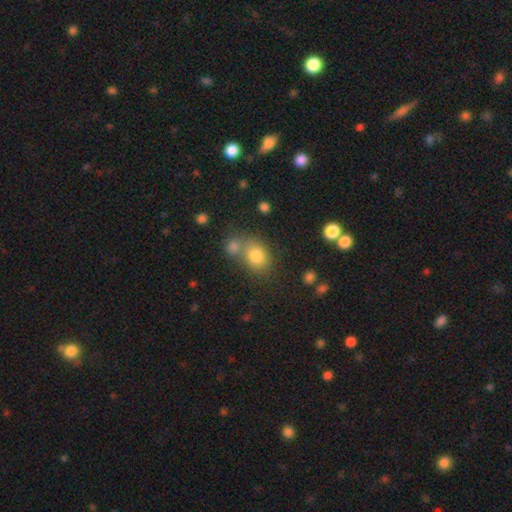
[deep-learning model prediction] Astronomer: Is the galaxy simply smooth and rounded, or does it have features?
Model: smooth — 79%.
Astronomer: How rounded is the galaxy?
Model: in between — 50% (runner-up: round, 49%).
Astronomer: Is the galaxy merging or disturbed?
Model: none — 50% (runner-up: merger, 33%).